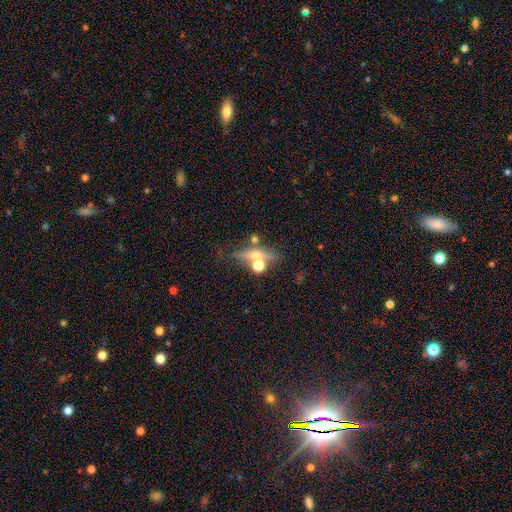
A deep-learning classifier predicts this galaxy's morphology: A featured or disk galaxy (45%).

Vote fractions:
- Smooth or featured? featured or disk: 45% / smooth: 38% / star or artifact: 16%
- Merging? none: 58% / merger: 23% / minor disturbance: 12% / major disturbance: 7%